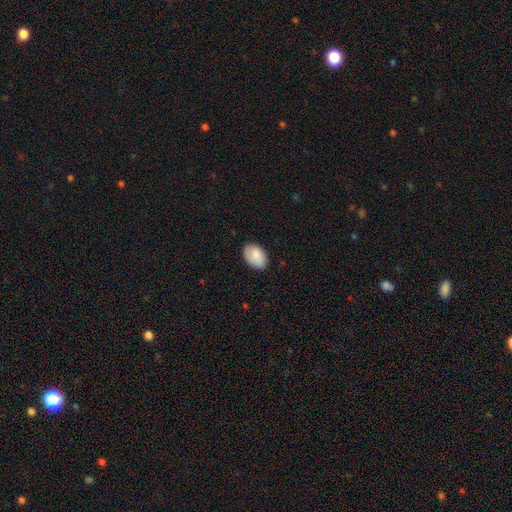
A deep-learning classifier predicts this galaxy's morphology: Overall: smooth (85%). How rounded: in between (90%). Merging: none (81%).